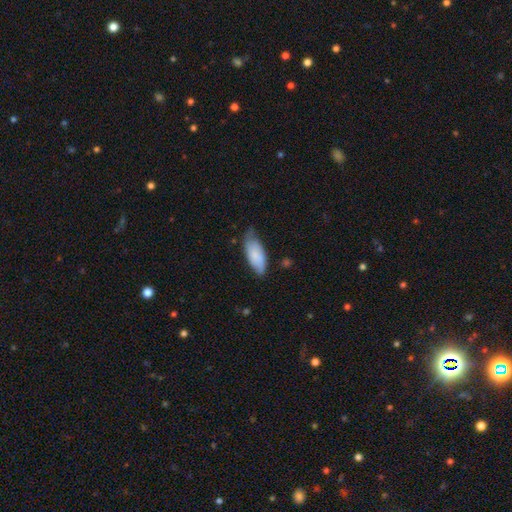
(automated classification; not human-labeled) smooth_or_featured: smooth (p=0.74) [alt: featured or disk p=0.19]
how_rounded: in between (p=0.85) [alt: cigar-shaped p=0.13]
merging: none (p=0.49) [alt: minor disturbance p=0.40]